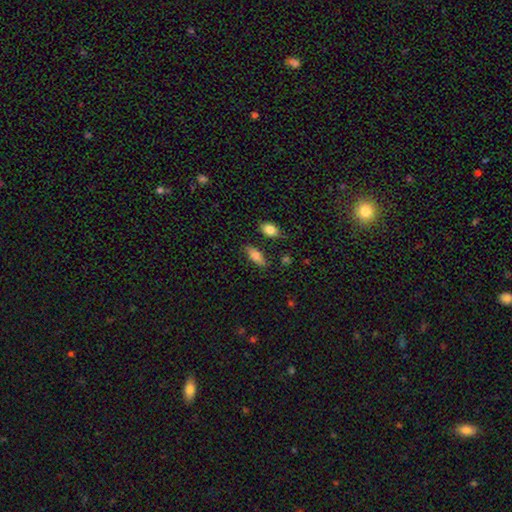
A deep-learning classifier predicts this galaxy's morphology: Smooth or featured: smooth — 72% (featured or disk — 21%)
How rounded: in between — 76% (cigar-shaped — 21%)
Merging: none — 80% (minor disturbance — 13%)